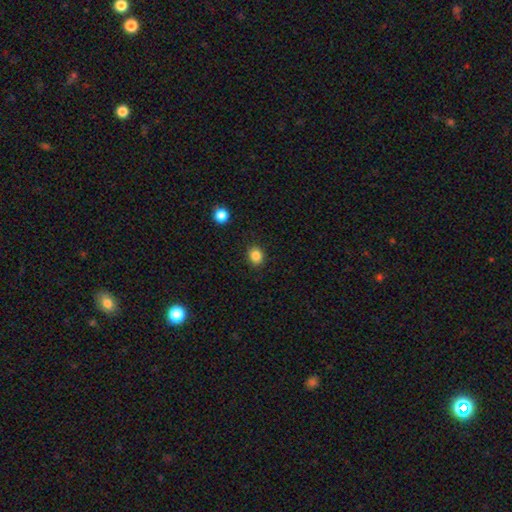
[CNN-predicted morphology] Overall: smooth (85%). How rounded: round (60%; in between 39%). Merging: none (89%).